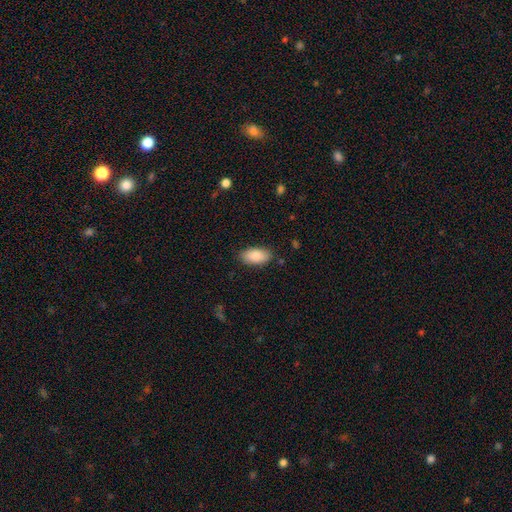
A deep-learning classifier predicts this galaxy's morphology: Smooth or featured?
  - smooth: 87% *
  - featured or disk: 7%
  - star or artifact: 6%
How rounded?
  - in between: 94% *
  - cigar-shaped: 4%
  - round: 2%
Merging?
  - none: 85% *
  - minor disturbance: 11%
  - major disturbance: 3%
  - merger: 1%